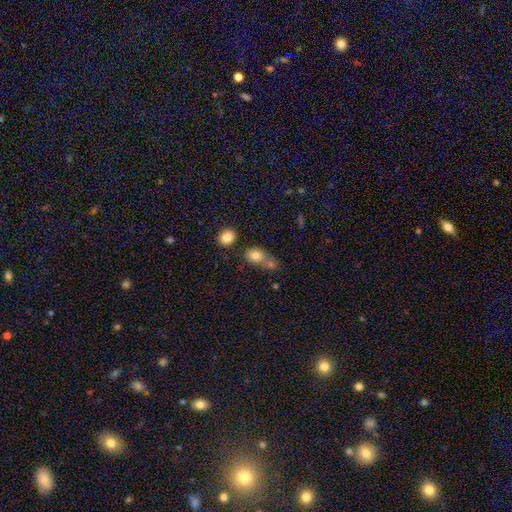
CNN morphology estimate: type=smooth (79%); roundness=round (53%); merging=merger (44%).